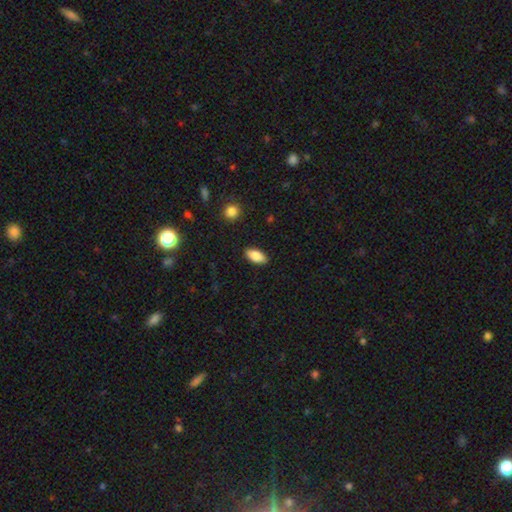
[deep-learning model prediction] smooth 84%, featured or disk 9%, star or artifact 7%. Down the decision tree: how rounded — in between (91%); merging — none (88%).